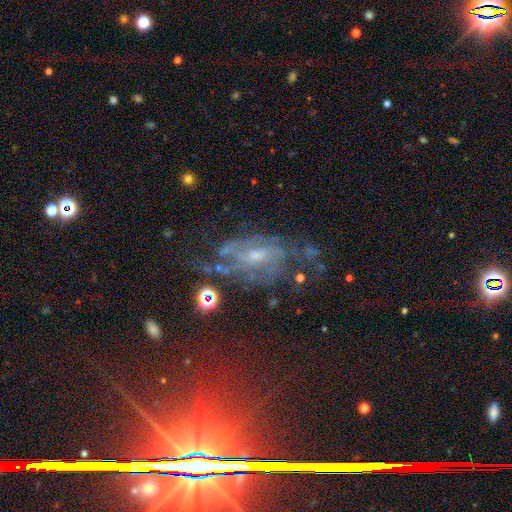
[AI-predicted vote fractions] Q: Smooth or featured?
A: featured or disk (73%); runner-up: star or artifact (15%)
Q: Edge-on disk?
A: no (95%); runner-up: yes (5%)
Q: Bar?
A: weak (44%); runner-up: no (42%)
Q: Spiral arms?
A: yes (84%); runner-up: no (16%)
Q: Spiral winding?
A: medium (42%); runner-up: tight (41%)
Q: Spiral arm count?
A: can't tell (42%); runner-up: 2 (25%)
Q: Bulge size?
A: small (57%); runner-up: moderate (34%)
Q: Merging?
A: none (53%); runner-up: major disturbance (21%)